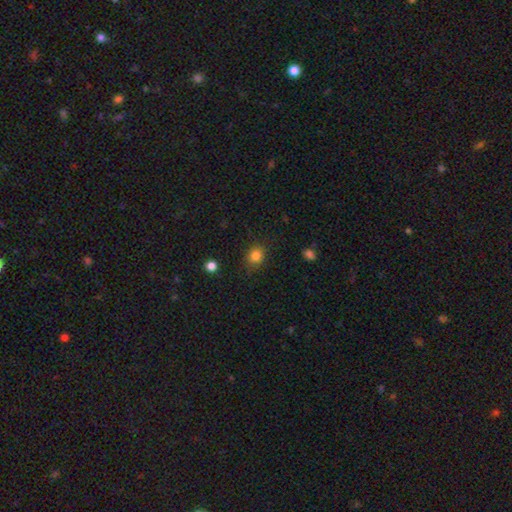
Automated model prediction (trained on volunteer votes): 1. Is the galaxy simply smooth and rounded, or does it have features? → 82% smooth, 12% star or artifact, 6% featured or disk.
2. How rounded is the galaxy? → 66% round, 33% in between, 1% cigar-shaped.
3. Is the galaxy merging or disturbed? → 83% none, 13% minor disturbance, 3% major disturbance, 1% merger.